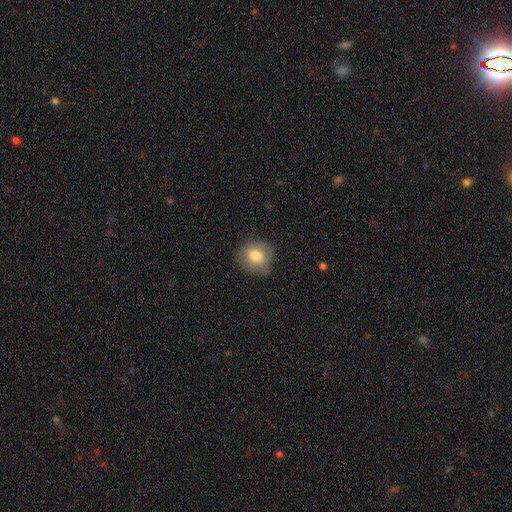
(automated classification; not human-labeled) Smooth or featured?
  - smooth: 74% *
  - featured or disk: 18%
  - star or artifact: 8%
How rounded?
  - round: 82% *
  - in between: 17%
  - cigar-shaped: 1%
Merging?
  - none: 71% *
  - minor disturbance: 22%
  - major disturbance: 6%
  - merger: 2%